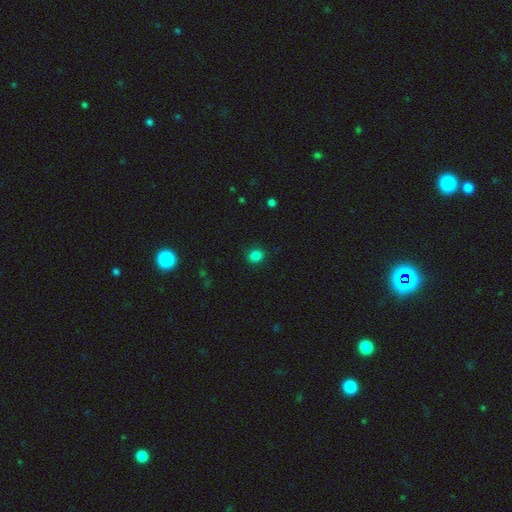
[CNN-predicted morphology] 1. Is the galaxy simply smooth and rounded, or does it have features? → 83% smooth, 13% star or artifact, 4% featured or disk.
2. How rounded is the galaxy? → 75% round, 25% in between, 1% cigar-shaped.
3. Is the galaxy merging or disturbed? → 89% none, 8% minor disturbance, 2% major disturbance, 1% merger.